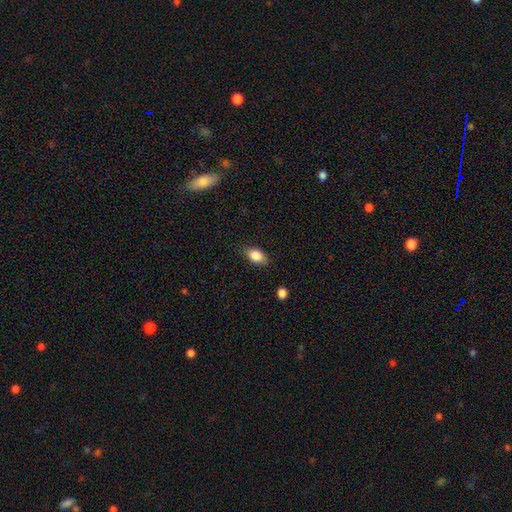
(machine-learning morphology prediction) smooth-or-featured: smooth: 86% | star or artifact: 8% | featured or disk: 6%
  how-rounded: in between: 87% | round: 11% | cigar-shaped: 3%
  merging: none: 83% | minor disturbance: 13% | major disturbance: 3% | merger: 1%